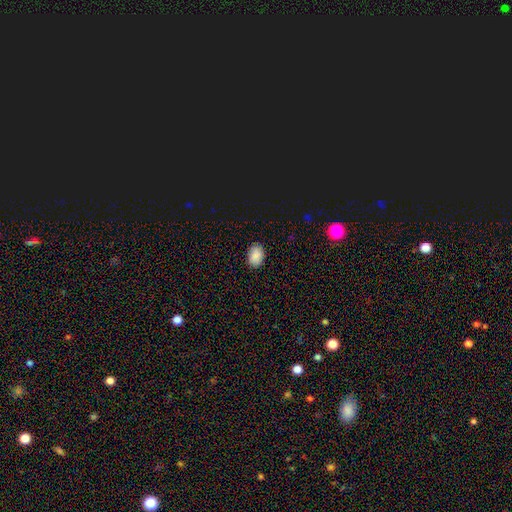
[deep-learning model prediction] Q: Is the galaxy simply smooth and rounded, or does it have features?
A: smooth — 87%.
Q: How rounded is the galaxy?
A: in between — 80%.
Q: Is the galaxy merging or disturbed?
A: none — 86%.